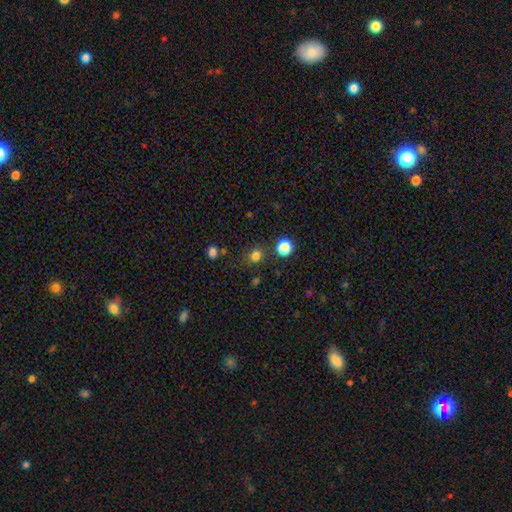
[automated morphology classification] This appears to be a smooth galaxy with no disk features (78%) that is round (79%). Merging: none (78%).